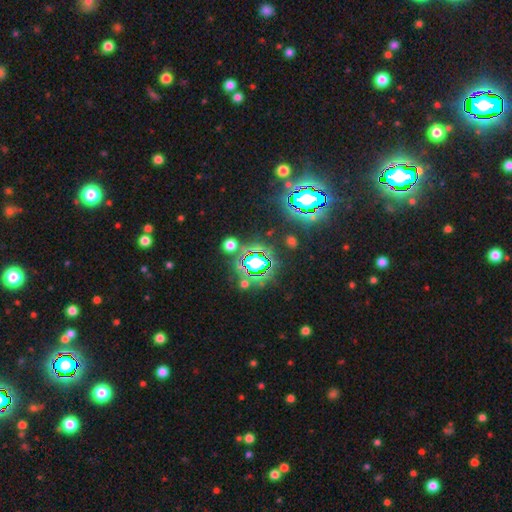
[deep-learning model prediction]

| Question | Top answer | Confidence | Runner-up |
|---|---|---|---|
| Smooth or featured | star or artifact | 81% | smooth (12%) |